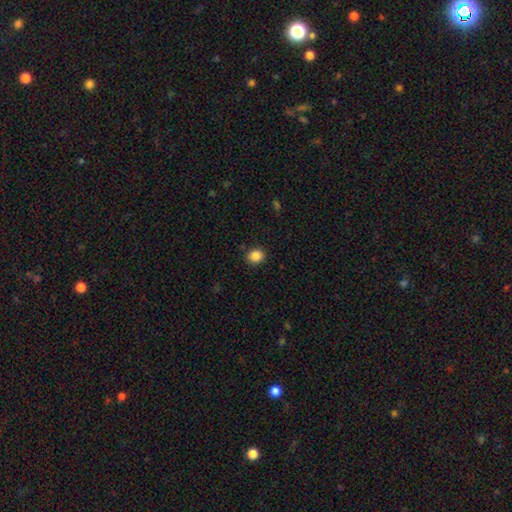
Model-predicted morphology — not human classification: A smooth galaxy with no disk features (87%) that is round (71%). Merging: none (88%).